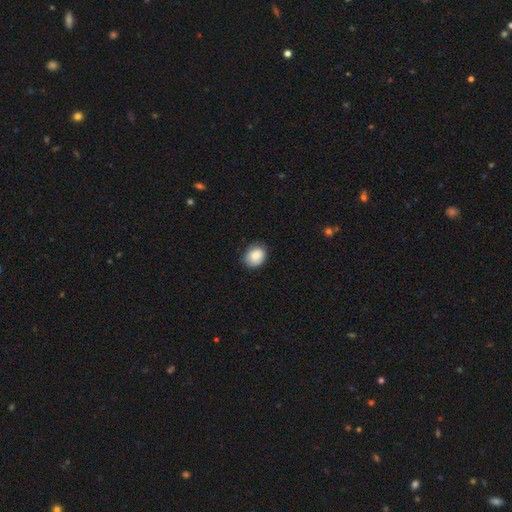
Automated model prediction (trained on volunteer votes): A smooth galaxy with no disk features (84%) that is round (54%).

Vote fractions:
- Smooth or featured? smooth: 84% / featured or disk: 8% / star or artifact: 8%
- How rounded? round: 54% / in between: 45% / cigar-shaped: 1%
- Merging? none: 77% / minor disturbance: 18% / major disturbance: 3% / merger: 1%